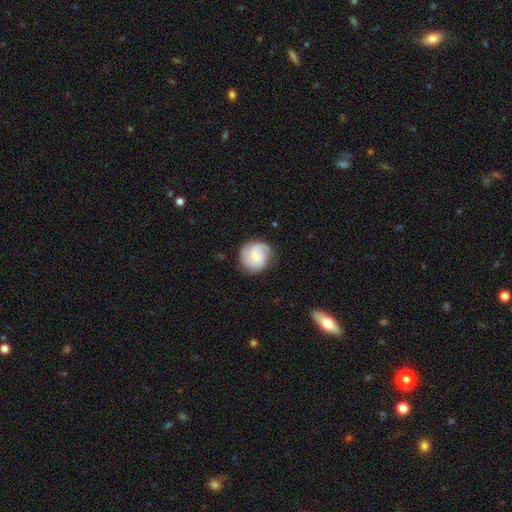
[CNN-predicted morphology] Smooth or featured? featured or disk (60%)
Edge-on disk? no (98%)
Bar? no (57%)
Spiral arms? yes (93%)
Spiral winding? tight (54%)
Spiral arm count? 2 (44%)
Bulge size? small (52%)
Merging? none (75%)